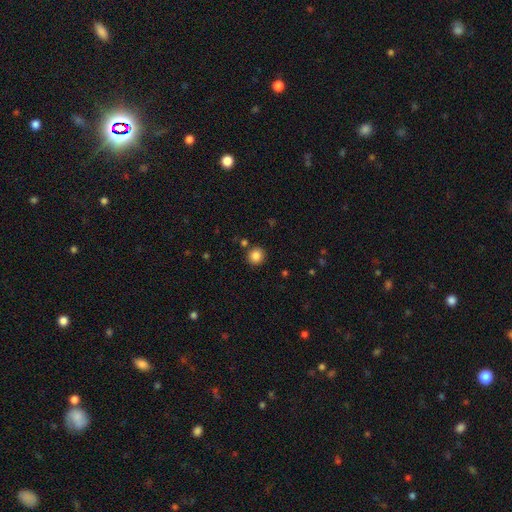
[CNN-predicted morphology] smooth_or_featured: smooth (p=0.85) [alt: star or artifact p=0.10]
how_rounded: round (p=0.93) [alt: in between p=0.06]
merging: none (p=0.88) [alt: minor disturbance p=0.06]